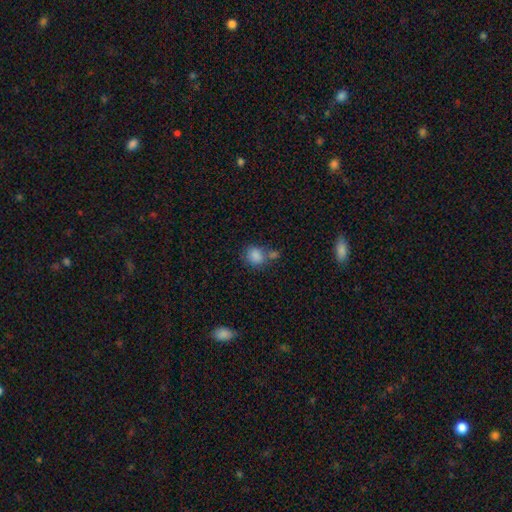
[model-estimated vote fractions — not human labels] Q: Smooth or featured?
A: smooth (83%); runner-up: star or artifact (10%)
Q: How rounded?
A: round (63%); runner-up: in between (36%)
Q: Merging?
A: none (46%); runner-up: merger (32%)